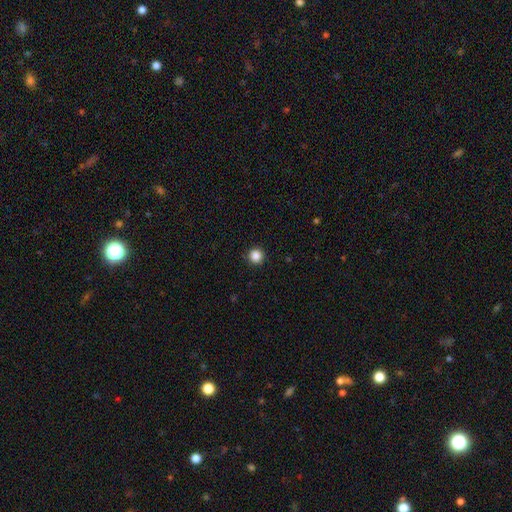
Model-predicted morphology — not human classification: Q: Smooth or featured?
A: smooth (86%); runner-up: star or artifact (11%)
Q: How rounded?
A: round (96%); runner-up: in between (3%)
Q: Merging?
A: none (92%); runner-up: minor disturbance (5%)